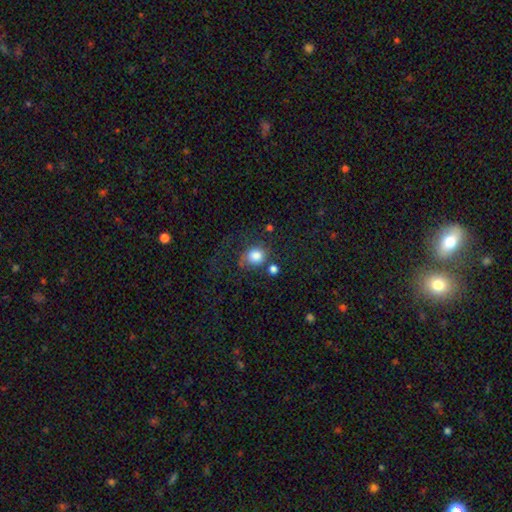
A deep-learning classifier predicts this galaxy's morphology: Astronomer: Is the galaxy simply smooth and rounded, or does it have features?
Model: smooth — 82%.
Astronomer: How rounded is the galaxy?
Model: round — 77%.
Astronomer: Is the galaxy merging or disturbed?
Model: none — 56%.